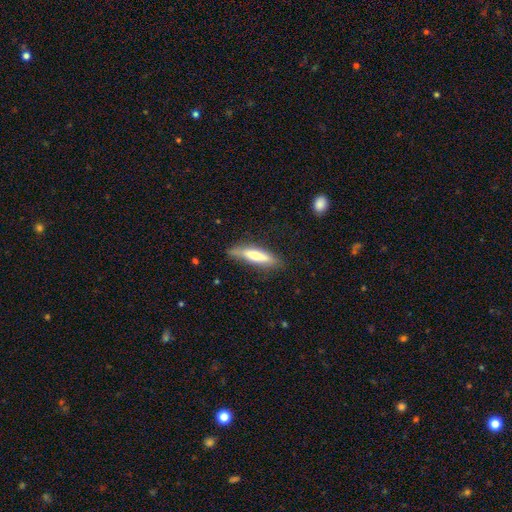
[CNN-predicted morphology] smooth-or-featured: smooth: 65% | featured or disk: 29% | star or artifact: 6%
  how-rounded: cigar-shaped: 76% | in between: 23% | round: 1%
  merging: none: 76% | minor disturbance: 18% | major disturbance: 4% | merger: 2%